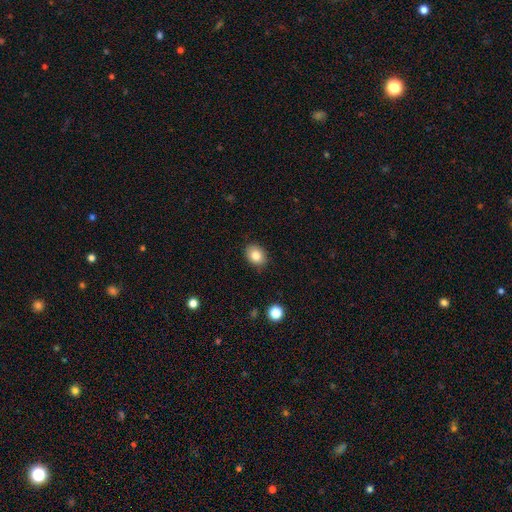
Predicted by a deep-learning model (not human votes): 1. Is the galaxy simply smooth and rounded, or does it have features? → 83% smooth, 9% star or artifact, 8% featured or disk.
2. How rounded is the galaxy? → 57% in between, 43% round, 1% cigar-shaped.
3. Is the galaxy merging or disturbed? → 88% none, 9% minor disturbance, 2% major disturbance, 1% merger.